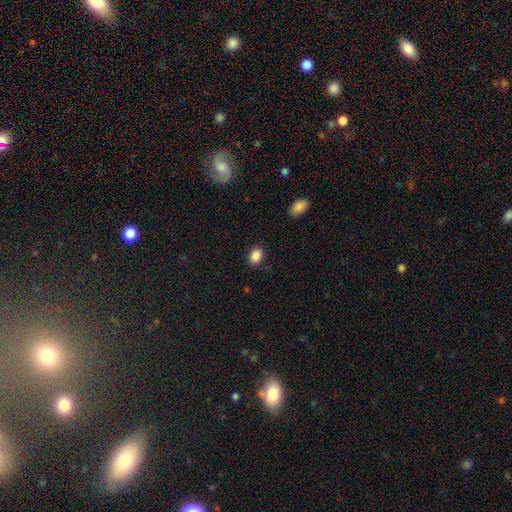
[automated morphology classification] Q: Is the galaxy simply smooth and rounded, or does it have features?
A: smooth — 88%.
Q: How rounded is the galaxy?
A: in between — 67%.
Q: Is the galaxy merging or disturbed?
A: none — 84%.